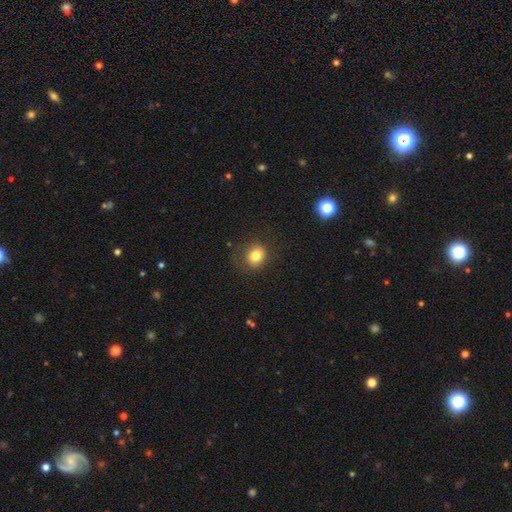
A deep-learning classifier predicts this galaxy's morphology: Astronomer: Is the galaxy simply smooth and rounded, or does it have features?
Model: smooth — 81%.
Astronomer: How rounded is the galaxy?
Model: round — 73%.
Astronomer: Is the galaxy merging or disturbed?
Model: none — 81%.